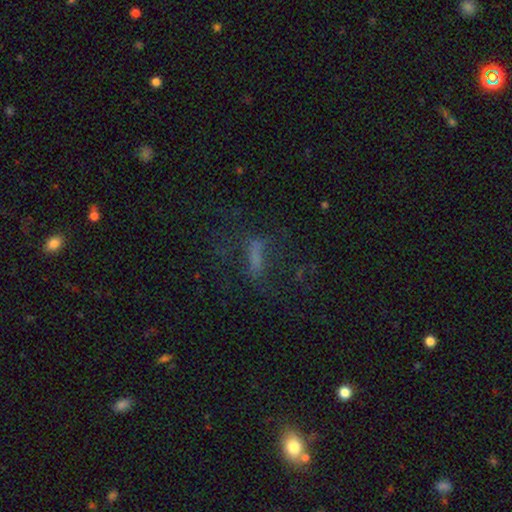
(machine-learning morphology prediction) A smooth galaxy with no disk features (44%).

Vote fractions:
- Smooth or featured? smooth: 44% / featured or disk: 31% / star or artifact: 25%
- Merging? none: 56% / major disturbance: 23% / minor disturbance: 18% / merger: 3%